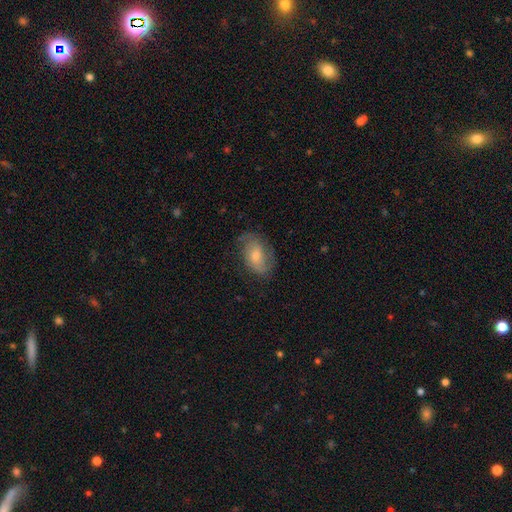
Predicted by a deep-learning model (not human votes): Overall: featured or disk (61%; smooth 30%). Edge-on disk: no (95%). Bar: no (57%; weak 35%). Spiral arms: yes (88%). Spiral arm count: 2 (72%). Spiral winding: medium (44%; tight 30%). Bulge size: moderate (52%; small 40%). Merging: none (73%).